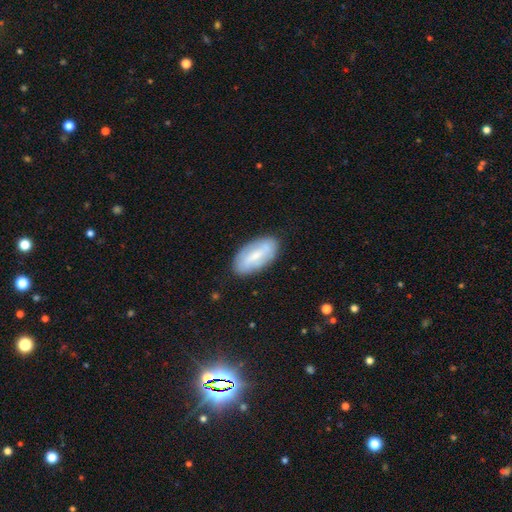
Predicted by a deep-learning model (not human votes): Overall: smooth (51%; featured or disk 42%). How rounded: in between (89%). Merging: none (82%).